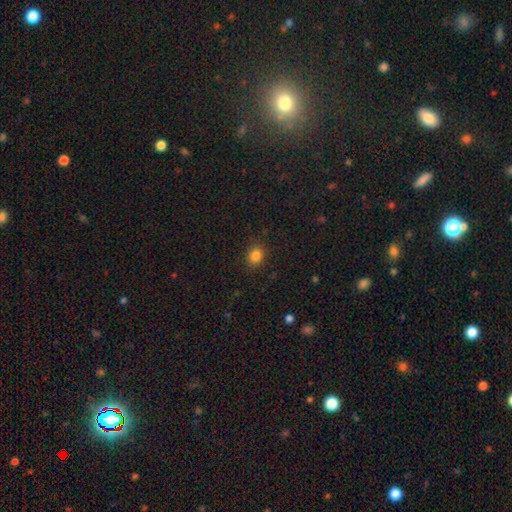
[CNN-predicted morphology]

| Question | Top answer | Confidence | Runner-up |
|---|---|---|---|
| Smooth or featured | smooth | 83% | star or artifact (12%) |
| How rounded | round | 68% | in between (31%) |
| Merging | none | 88% | minor disturbance (9%) |